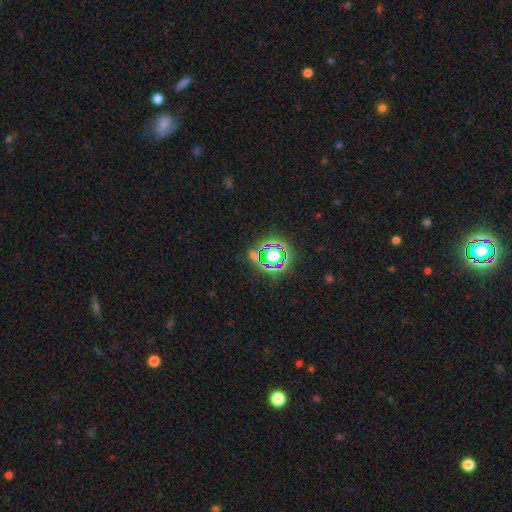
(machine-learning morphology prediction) type=star or artifact (73%).